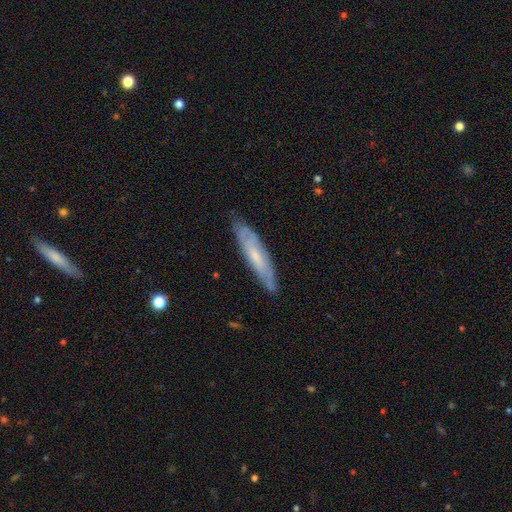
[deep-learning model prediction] The model was most divided on "edge-on disk" (2-way tie): no: 50%, yes: 50%. More confident: merging — none (79%); smooth or featured — featured or disk (57%).